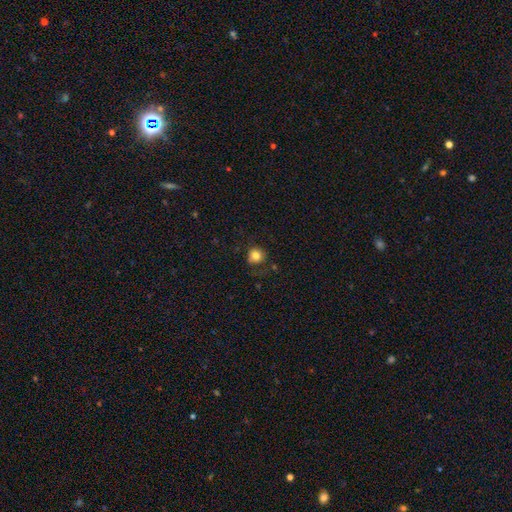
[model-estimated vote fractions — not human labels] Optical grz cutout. It shows a smooth galaxy with no disk features (80%) that is round (85%). Merging: none (73%).